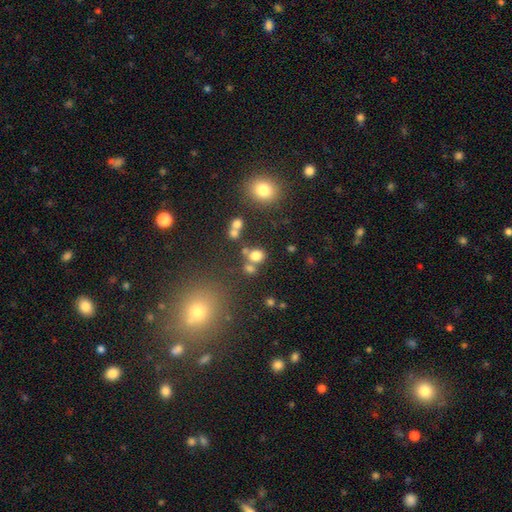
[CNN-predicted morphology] smooth-or-featured: smooth: 74% | star or artifact: 17% | featured or disk: 9%
  how-rounded: round: 66% | in between: 33% | cigar-shaped: 1%
  merging: none: 56% | merger: 29% | minor disturbance: 10% | major disturbance: 5%